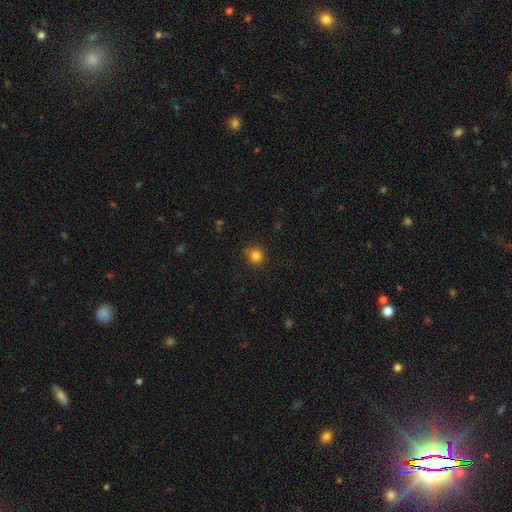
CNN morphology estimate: Smooth or featured?
  - smooth: 84% *
  - star or artifact: 12%
  - featured or disk: 4%
How rounded?
  - round: 90% *
  - in between: 9%
  - cigar-shaped: 1%
Merging?
  - none: 80% *
  - minor disturbance: 15%
  - major disturbance: 3%
  - merger: 2%